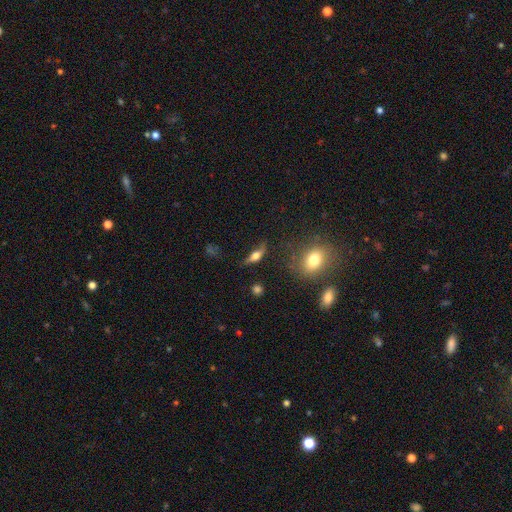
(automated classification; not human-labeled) A featured or disk galaxy (50%).

Vote fractions:
- Smooth or featured? featured or disk: 50% / smooth: 39% / star or artifact: 11%
- Merging? none: 59% / minor disturbance: 22% / major disturbance: 15% / merger: 4%